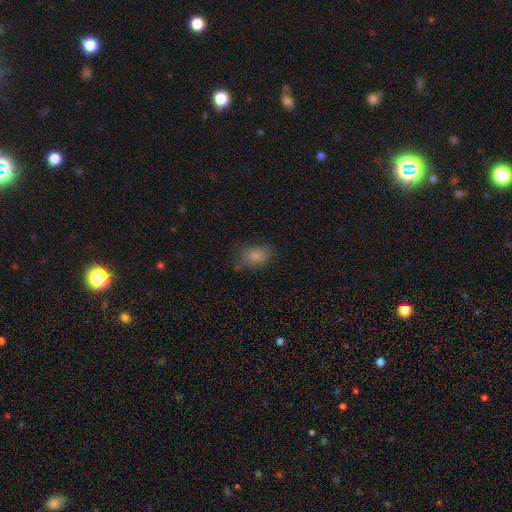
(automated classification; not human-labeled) The model was most divided on "merging": none: 65%, minor disturbance: 23%, major disturbance: 8%, merger: 4%. More confident: how rounded — in between (84%); smooth or featured — smooth (83%).